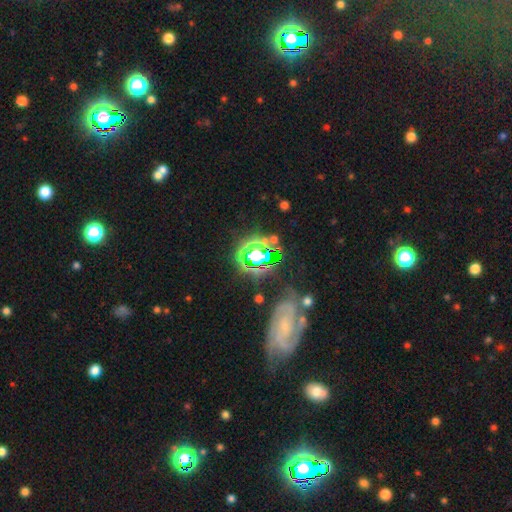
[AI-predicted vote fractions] smooth_or_featured: star or artifact (p=0.58) [alt: smooth p=0.25]